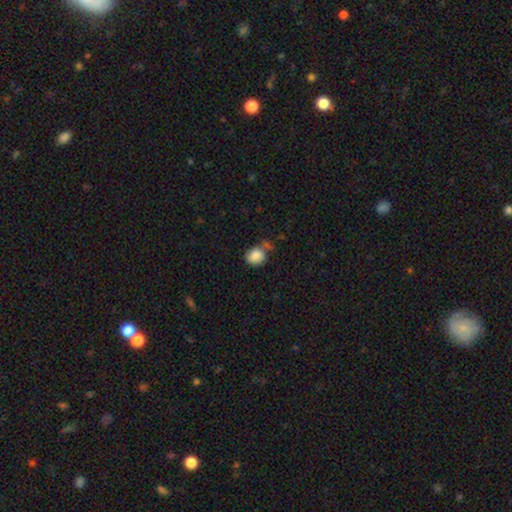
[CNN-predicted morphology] Overall: smooth (87%). How rounded: round (67%; in between 32%). Merging: none (57%; minor disturbance 23%).